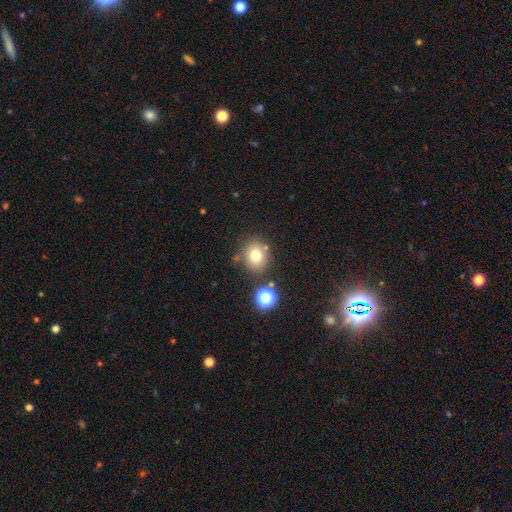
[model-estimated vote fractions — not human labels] Smooth or featured?
  - smooth: 75% *
  - star or artifact: 14%
  - featured or disk: 11%
How rounded?
  - round: 77% *
  - in between: 22%
  - cigar-shaped: 1%
Merging?
  - none: 75% *
  - minor disturbance: 12%
  - merger: 9%
  - major disturbance: 4%